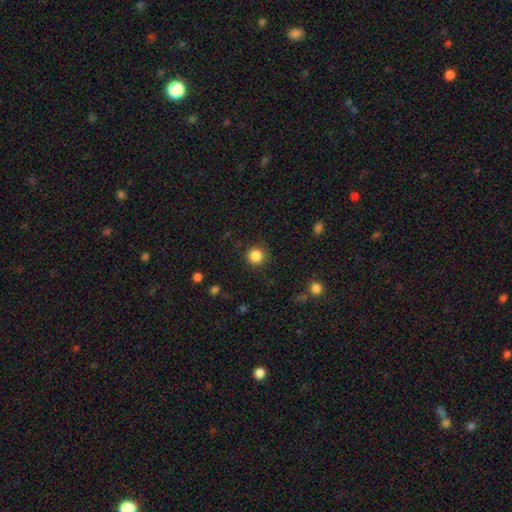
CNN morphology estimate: smooth-or-featured: smooth: 86% | star or artifact: 11% | featured or disk: 4%
  how-rounded: round: 94% | in between: 5% | cigar-shaped: 1%
  merging: none: 89% | minor disturbance: 7% | major disturbance: 3% | merger: 1%